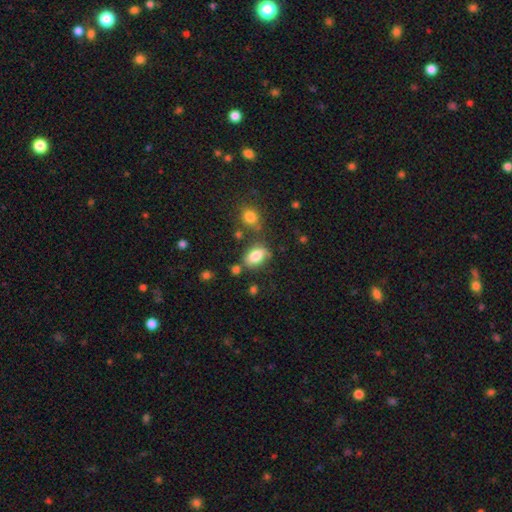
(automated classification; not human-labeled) A smooth galaxy with no disk features (80%) that is in between round and cigar-shaped (87%).

Vote fractions:
- Smooth or featured? smooth: 80% / featured or disk: 11% / star or artifact: 9%
- How rounded? in between: 87% / round: 11% / cigar-shaped: 2%
- Merging? none: 60% / minor disturbance: 23% / merger: 10% / major disturbance: 7%